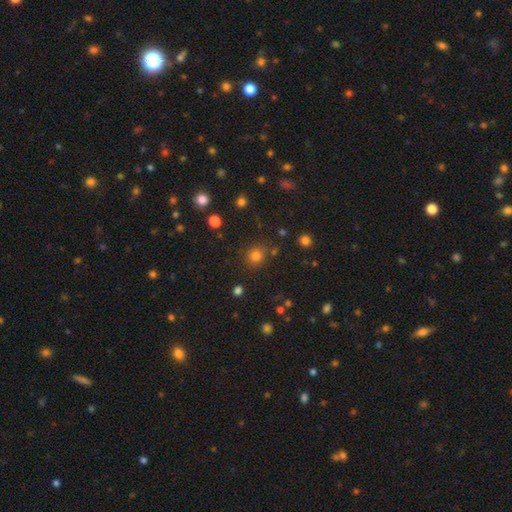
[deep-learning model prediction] smooth_or_featured: smooth (p=0.75) [alt: star or artifact p=0.19]
how_rounded: round (p=0.87) [alt: in between p=0.12]
merging: none (p=0.82) [alt: minor disturbance p=0.09]